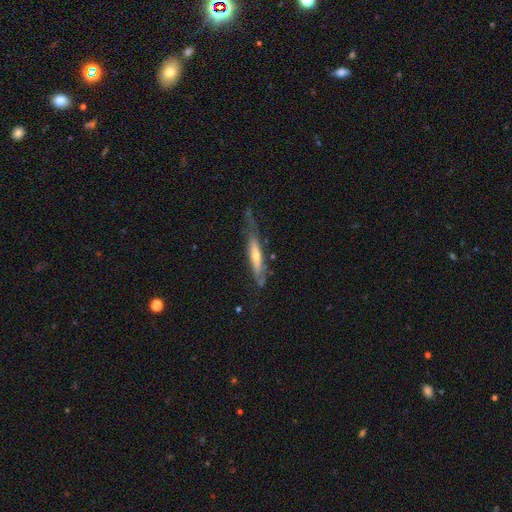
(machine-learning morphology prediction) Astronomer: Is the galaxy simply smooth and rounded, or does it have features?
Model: featured or disk — 59% (runner-up: smooth, 35%).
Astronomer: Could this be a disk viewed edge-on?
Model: yes — 70%.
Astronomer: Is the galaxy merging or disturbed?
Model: none — 54%.